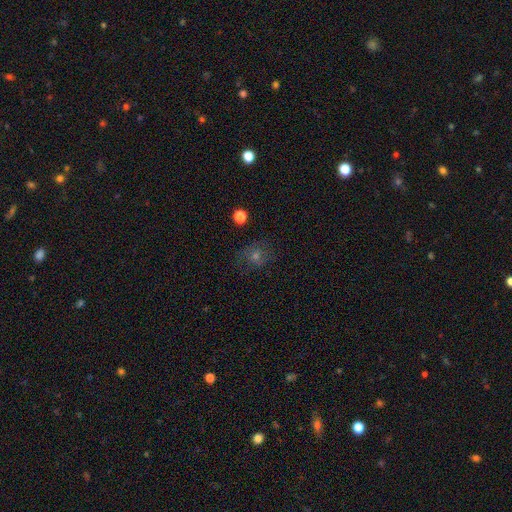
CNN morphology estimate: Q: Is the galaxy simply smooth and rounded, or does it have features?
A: smooth — 43%.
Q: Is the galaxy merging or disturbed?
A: none — 72%.